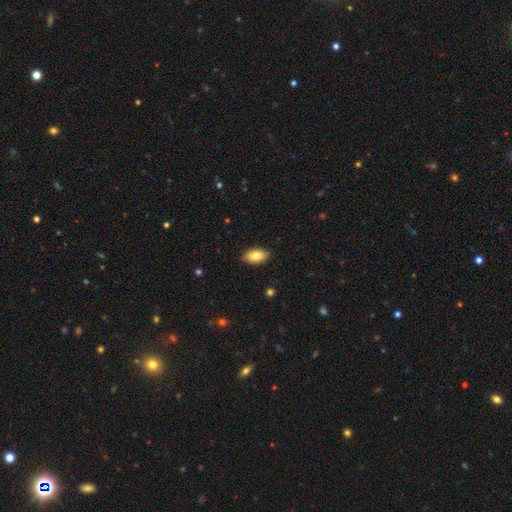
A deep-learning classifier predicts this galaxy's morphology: This appears to be a smooth galaxy with no disk features (80%) that is in between round and cigar-shaped (93%). Merging: none (86%).